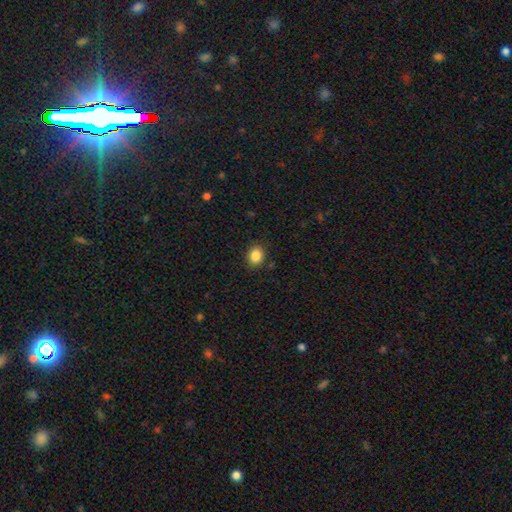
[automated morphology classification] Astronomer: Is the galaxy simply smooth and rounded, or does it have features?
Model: smooth — 86%.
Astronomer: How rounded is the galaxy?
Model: round — 58% (runner-up: in between, 41%).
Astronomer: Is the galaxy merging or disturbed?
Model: none — 88%.